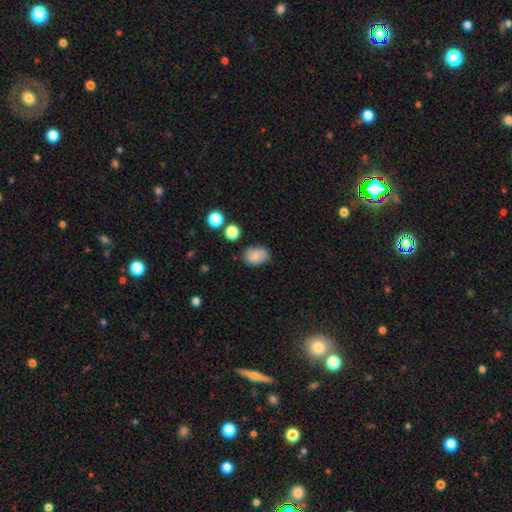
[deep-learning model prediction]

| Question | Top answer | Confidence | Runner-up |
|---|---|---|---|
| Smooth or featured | smooth | 83% | star or artifact (9%) |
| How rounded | in between | 77% | round (22%) |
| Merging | none | 74% | minor disturbance (19%) |